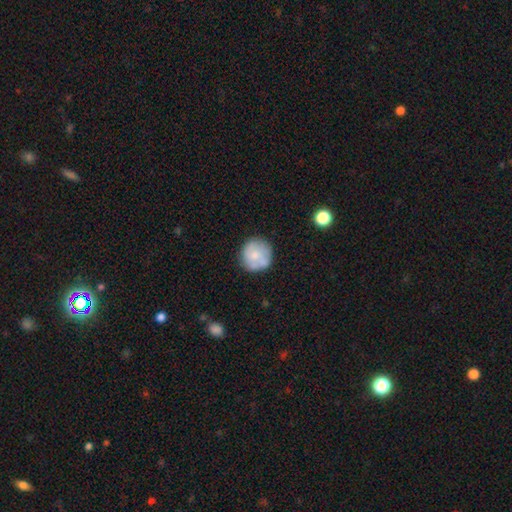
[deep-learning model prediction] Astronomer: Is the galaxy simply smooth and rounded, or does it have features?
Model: smooth — 68%.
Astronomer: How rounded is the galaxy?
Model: round — 93%.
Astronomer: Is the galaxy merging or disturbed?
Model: none — 76%.